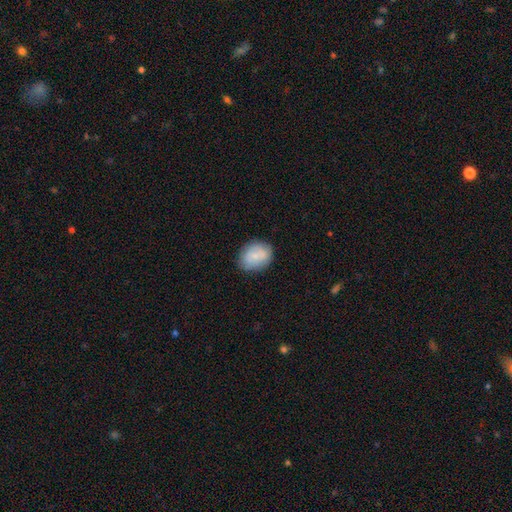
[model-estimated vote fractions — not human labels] Morphology: type=smooth (70%); roundness=in between (55%); merging=none (78%).